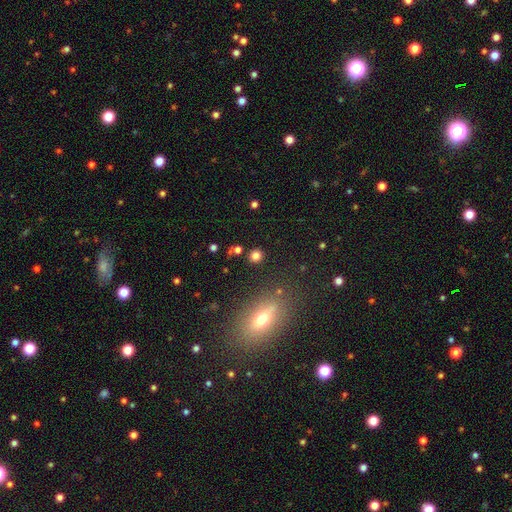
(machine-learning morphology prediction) Smooth or featured: smooth — 77% (star or artifact — 16%)
How rounded: round — 87% (in between — 11%)
Merging: none — 87% (minor disturbance — 6%)